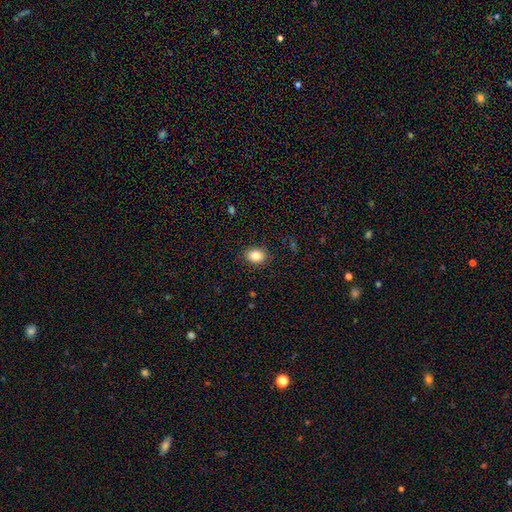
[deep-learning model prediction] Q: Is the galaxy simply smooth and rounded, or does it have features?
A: smooth — 85%.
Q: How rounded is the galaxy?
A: in between — 60%.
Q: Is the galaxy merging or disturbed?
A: none — 88%.